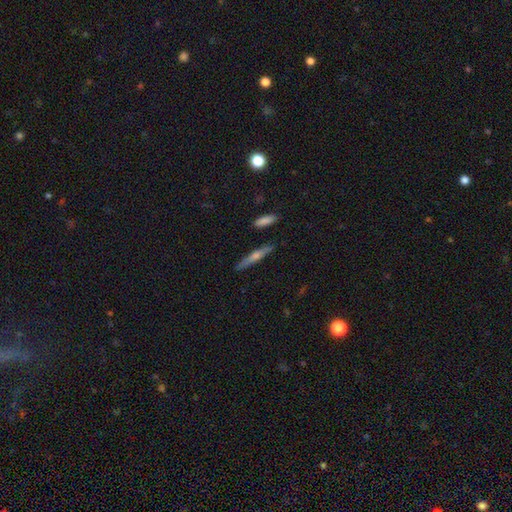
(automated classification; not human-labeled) featured or disk 55%, smooth 37%, star or artifact 8%. Down the decision tree: edge-on disk — yes (95%); edge-on bulge — rounded (71%); merging — none (87%).